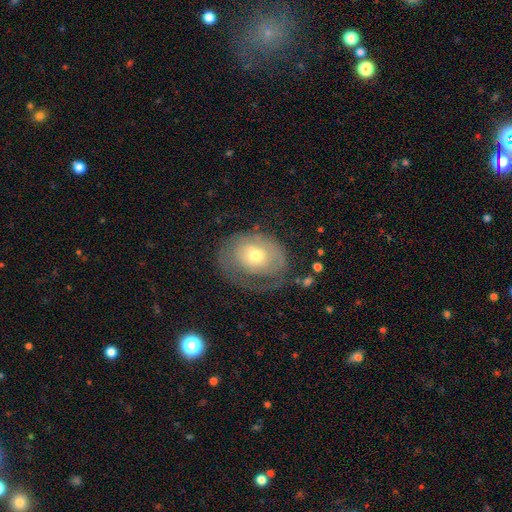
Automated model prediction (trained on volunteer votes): This appears to be a featured or disk galaxy (60%) with no bar (76%), spiral arms (67%) and a moderate central bulge (53%). Merging: none (46%).